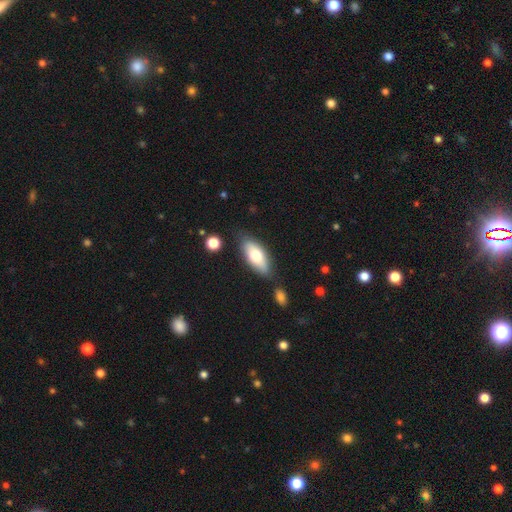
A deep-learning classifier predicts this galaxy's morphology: smooth 70%, featured or disk 24%, star or artifact 6%. Down the decision tree: how rounded — in between (78%); merging — none (77%).